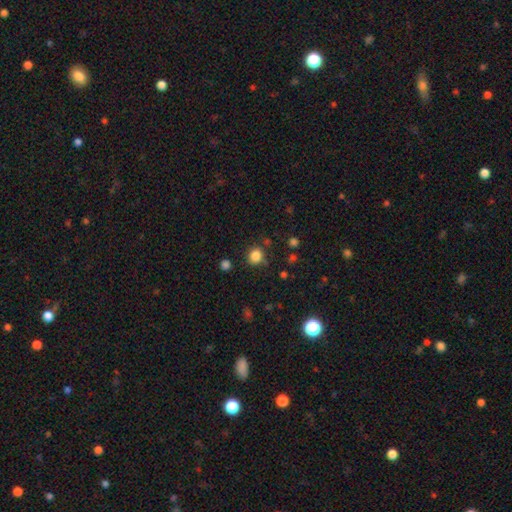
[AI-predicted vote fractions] This is clearly a smooth galaxy (84%). How rounded: clearly round (84%). Merging: clearly none (82%).